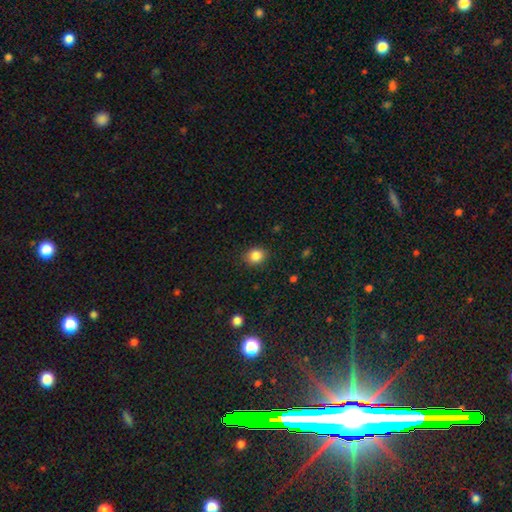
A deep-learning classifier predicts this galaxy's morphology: smooth_or_featured: smooth (p=0.86) [alt: star or artifact p=0.10]
how_rounded: round (p=0.65) [alt: in between p=0.34]
merging: none (p=0.87) [alt: minor disturbance p=0.09]